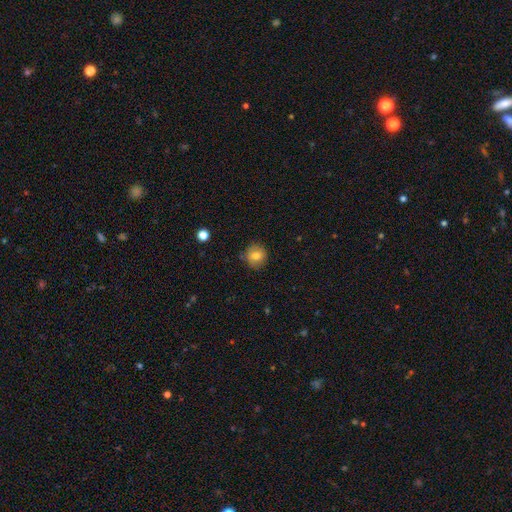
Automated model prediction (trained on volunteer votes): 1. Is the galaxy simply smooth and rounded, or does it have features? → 78% smooth, 12% featured or disk, 10% star or artifact.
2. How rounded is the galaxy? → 90% round, 9% in between, 1% cigar-shaped.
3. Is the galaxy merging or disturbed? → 81% none, 14% minor disturbance, 3% major disturbance, 1% merger.